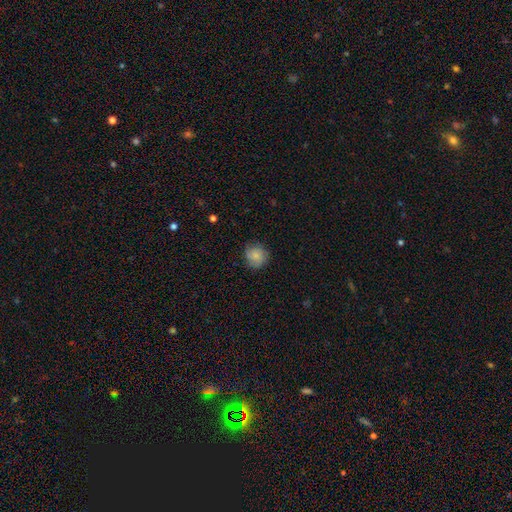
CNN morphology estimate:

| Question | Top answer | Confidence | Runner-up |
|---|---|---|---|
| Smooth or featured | smooth | 81% | featured or disk (12%) |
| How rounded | round | 88% | in between (11%) |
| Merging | none | 79% | minor disturbance (16%) |